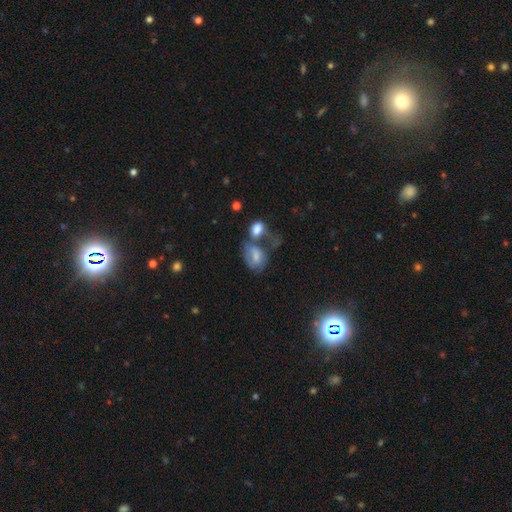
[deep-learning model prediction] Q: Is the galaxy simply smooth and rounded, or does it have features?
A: smooth — 53%.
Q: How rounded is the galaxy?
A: in between — 79%.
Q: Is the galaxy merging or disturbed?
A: merger — 43%.